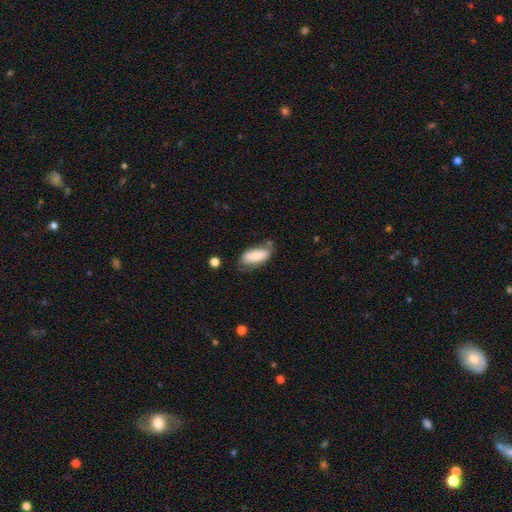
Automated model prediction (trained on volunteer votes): Q: Smooth or featured?
A: smooth (74%); runner-up: featured or disk (19%)
Q: How rounded?
A: in between (84%); runner-up: cigar-shaped (13%)
Q: Merging?
A: none (51%); runner-up: minor disturbance (30%)